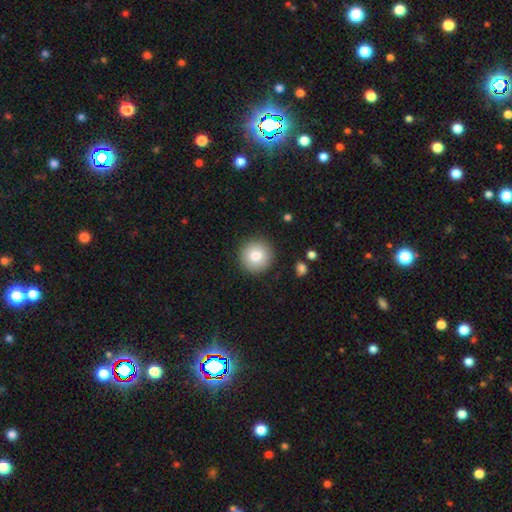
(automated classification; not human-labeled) This is clearly a smooth galaxy (81%). How rounded: clearly round (95%). Merging: clearly none (90%).